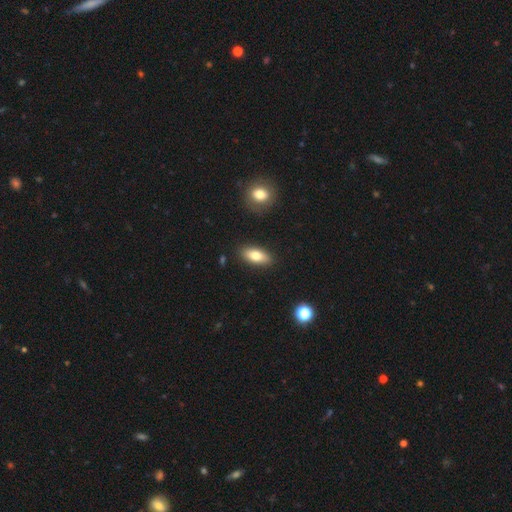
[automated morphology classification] Smooth or featured: smooth — 77% (featured or disk — 16%)
How rounded: in between — 83% (cigar-shaped — 14%)
Merging: none — 87% (minor disturbance — 9%)